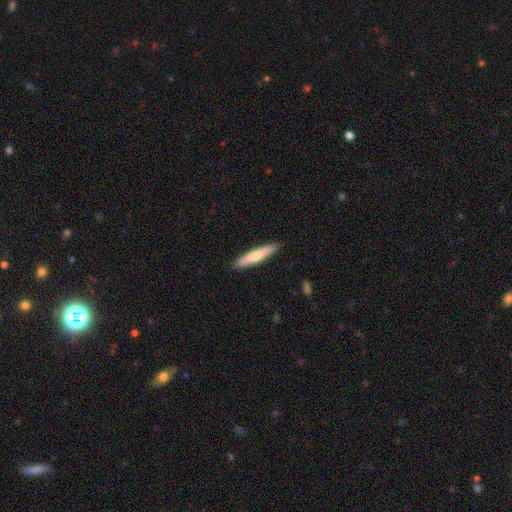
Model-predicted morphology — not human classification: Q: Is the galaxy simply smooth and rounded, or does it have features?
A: smooth — 67%.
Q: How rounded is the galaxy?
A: cigar-shaped — 89%.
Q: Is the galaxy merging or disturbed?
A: none — 89%.